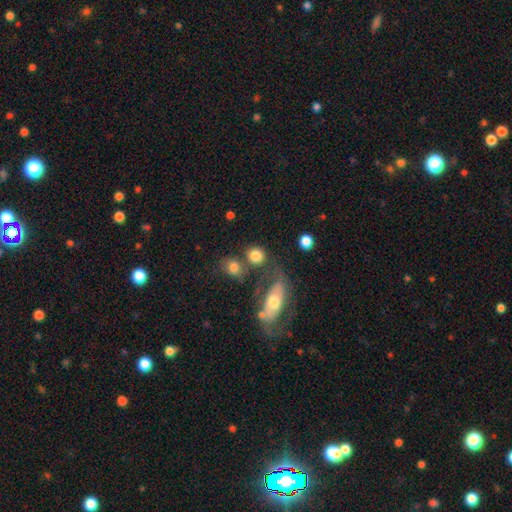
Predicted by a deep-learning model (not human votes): smooth 82%, featured or disk 10%, star or artifact 9%. Down the decision tree: how rounded — round (76%); merging — none (57%).